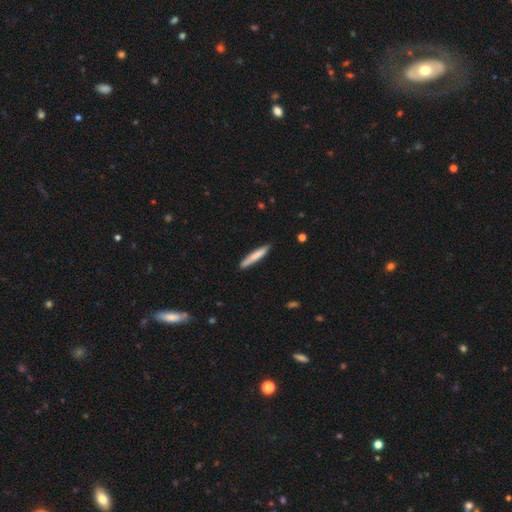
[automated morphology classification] Smooth or featured?
  - smooth: 74% *
  - featured or disk: 20%
  - star or artifact: 5%
How rounded?
  - cigar-shaped: 94% *
  - in between: 5%
  - round: 1%
Merging?
  - none: 85% *
  - minor disturbance: 12%
  - major disturbance: 2%
  - merger: 2%